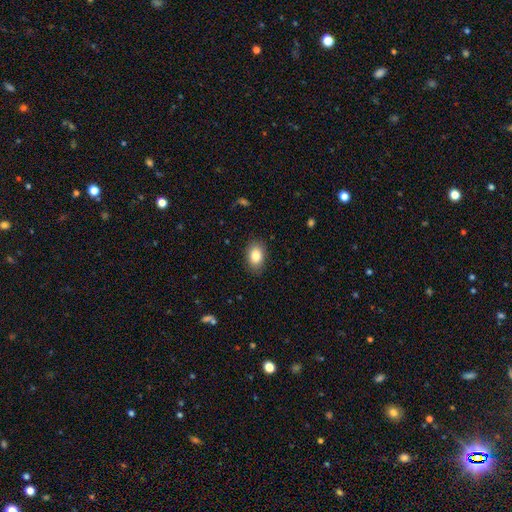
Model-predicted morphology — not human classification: A smooth galaxy with no disk features (85%) that is in between round and cigar-shaped (85%). Merging: none (86%).